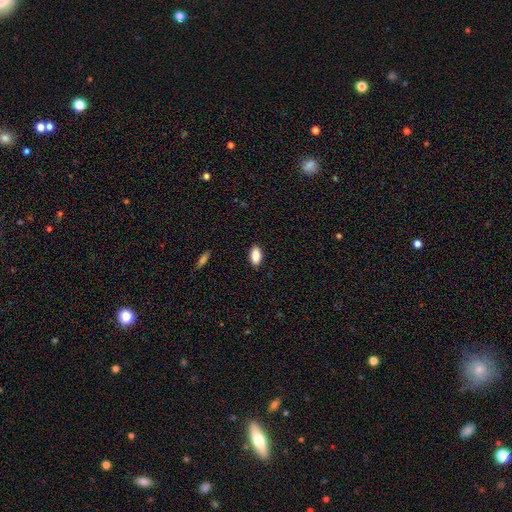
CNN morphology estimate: smooth 87%, star or artifact 7%, featured or disk 6%. Down the decision tree: how rounded — in between (91%); merging — none (88%).